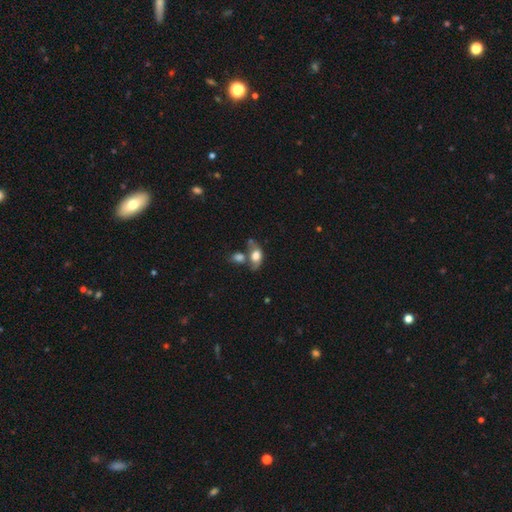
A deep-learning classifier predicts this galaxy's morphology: This appears to be a smooth galaxy with no disk features (68%) that is in between round and cigar-shaped (83%). Merging: merger (36%).